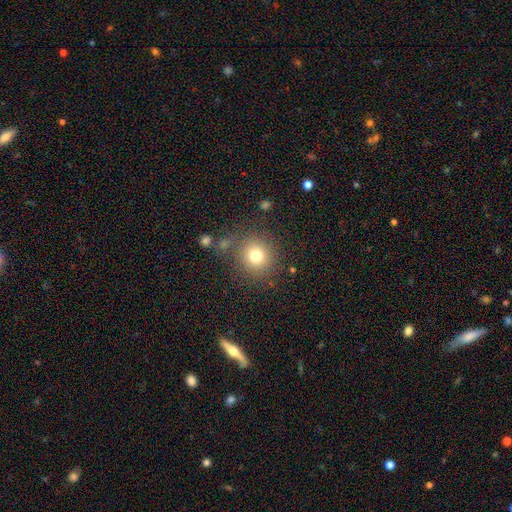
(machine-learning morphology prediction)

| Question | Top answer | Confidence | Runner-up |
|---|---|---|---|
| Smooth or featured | smooth | 76% | star or artifact (13%) |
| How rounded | round | 90% | in between (9%) |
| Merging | none | 82% | minor disturbance (10%) |